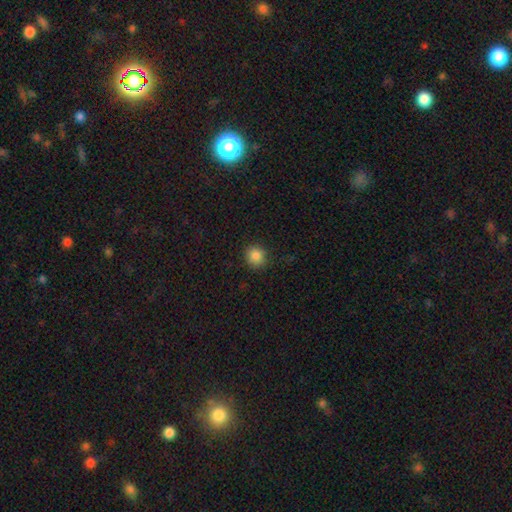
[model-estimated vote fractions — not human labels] smooth 85%, star or artifact 11%, featured or disk 4%. Down the decision tree: how rounded — round (87%); merging — none (88%).